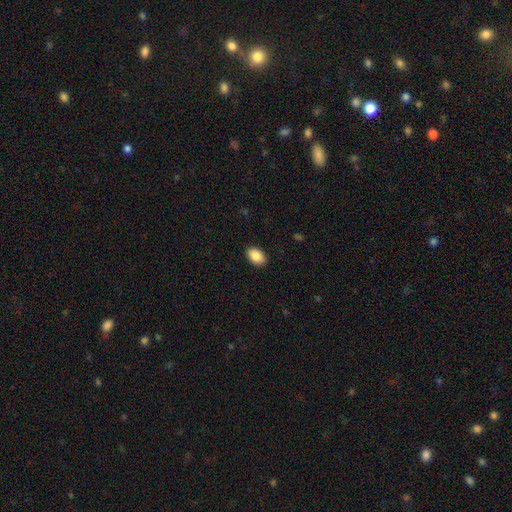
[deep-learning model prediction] smooth-or-featured: smooth: 89% | star or artifact: 7% | featured or disk: 4%
  how-rounded: in between: 90% | round: 9% | cigar-shaped: 1%
  merging: none: 90% | minor disturbance: 8% | major disturbance: 2% | merger: 1%